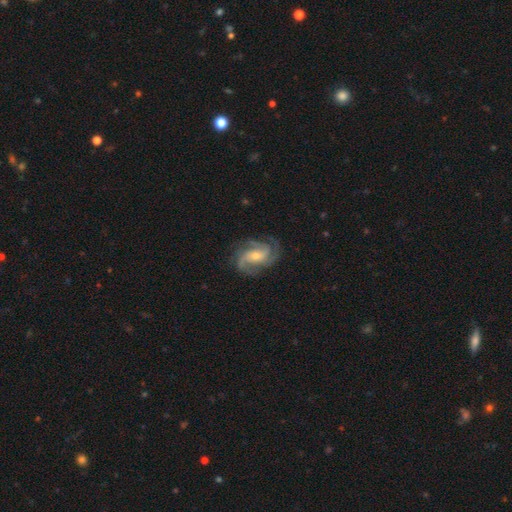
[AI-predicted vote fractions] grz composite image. It shows a featured or disk galaxy (89%) with no bar (50%), 3 (49%) medium (48%) spiral arms (98%) and a small central bulge (50%). Merging: none (75%).